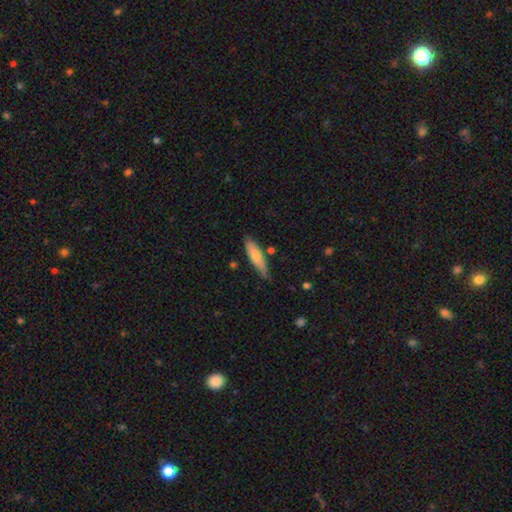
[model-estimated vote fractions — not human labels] The model was most divided on "how rounded": cigar-shaped: 66%, in between: 33%, round: 2%. More confident: smooth or featured — smooth (77%); merging — none (75%).